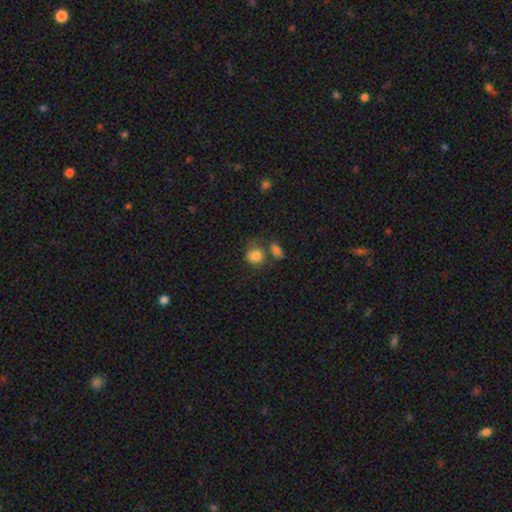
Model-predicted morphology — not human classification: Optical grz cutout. It shows a smooth galaxy with no disk features (83%) that is round (70%). Merging: none (45%).